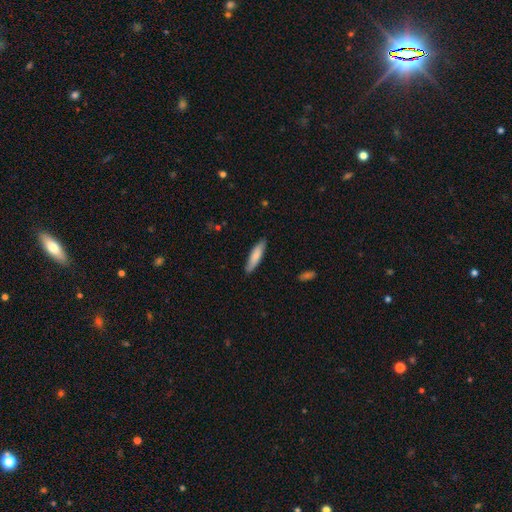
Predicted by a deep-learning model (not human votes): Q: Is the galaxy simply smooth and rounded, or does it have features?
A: smooth — 79%.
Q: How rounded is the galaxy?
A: cigar-shaped — 74%.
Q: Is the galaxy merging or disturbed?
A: none — 85%.